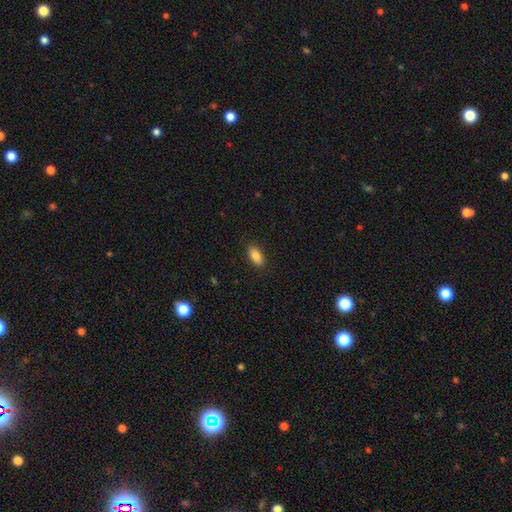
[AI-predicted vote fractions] smooth 84%, featured or disk 8%, star or artifact 7%. Down the decision tree: how rounded — in between (91%); merging — none (86%).